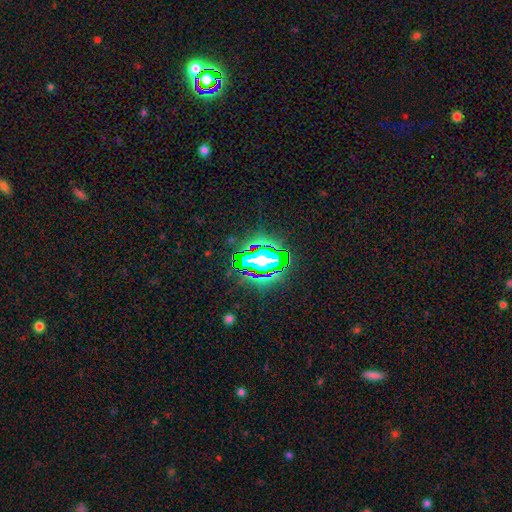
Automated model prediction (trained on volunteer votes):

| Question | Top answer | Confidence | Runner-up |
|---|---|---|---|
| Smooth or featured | star or artifact | 77% | smooth (14%) |